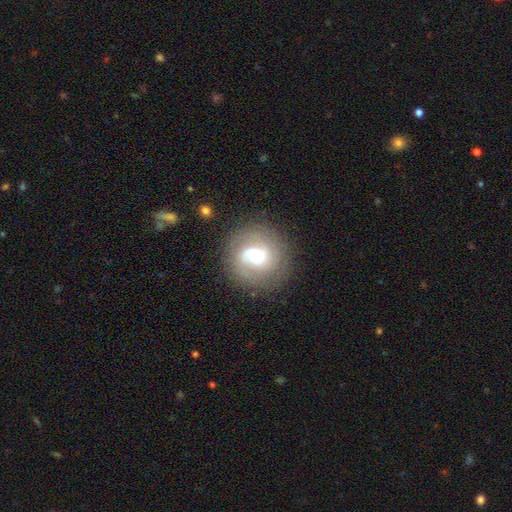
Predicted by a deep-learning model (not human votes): The model was most divided on "bulge size": moderate: 44%, small: 42%, large: 10%, dominant: 2%, none: 2%. Remaining: edge-on disk — no (98%); spiral arms — yes (89%); merging — none (82%); smooth or featured — featured or disk (67%); spiral arm count — 2 (62%); bar — no (48%); spiral winding — medium (43%).